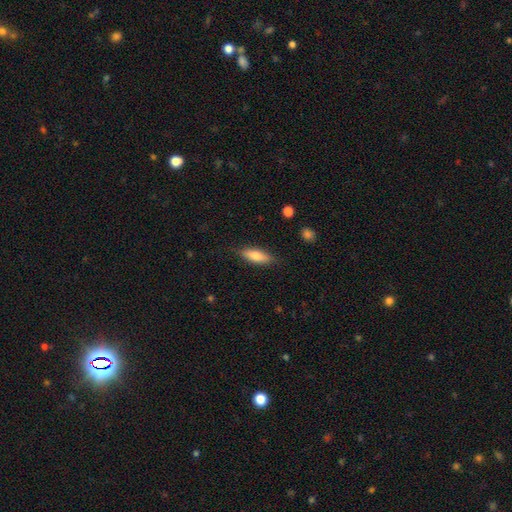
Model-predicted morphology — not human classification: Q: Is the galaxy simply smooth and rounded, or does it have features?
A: smooth — 73%.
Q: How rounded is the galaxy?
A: in between — 50%.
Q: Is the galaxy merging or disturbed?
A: none — 83%.